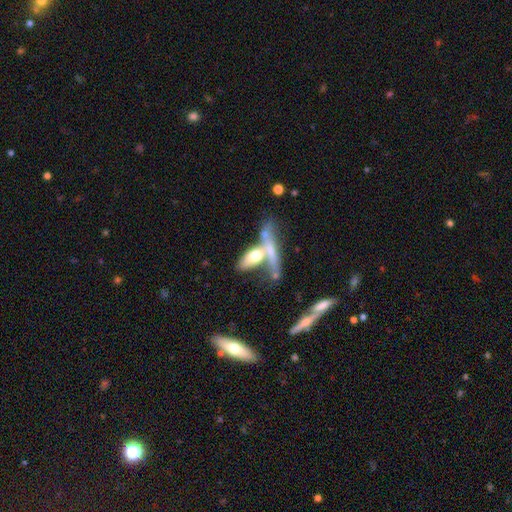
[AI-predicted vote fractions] A smooth galaxy with no disk features (57%) that is in between round and cigar-shaped (57%).

Vote fractions:
- Smooth or featured? smooth: 57% / featured or disk: 36% / star or artifact: 7%
- How rounded? in between: 57% / cigar-shaped: 38% / round: 5%
- Merging? merger: 55% / none: 22% / major disturbance: 13% / minor disturbance: 11%